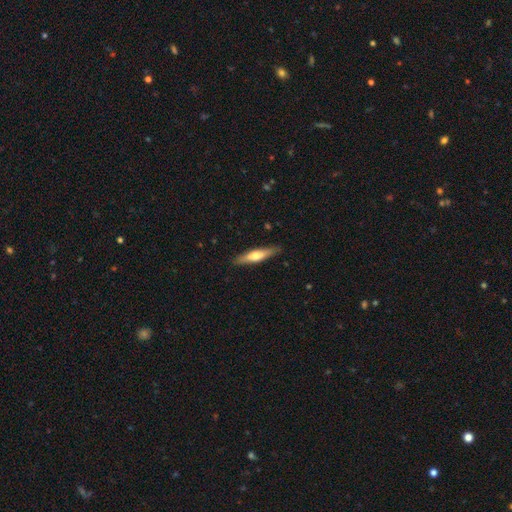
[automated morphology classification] Smooth or featured: smooth — 52% (featured or disk — 42%)
How rounded: cigar-shaped — 80% (in between — 18%)
Merging: none — 88% (minor disturbance — 9%)